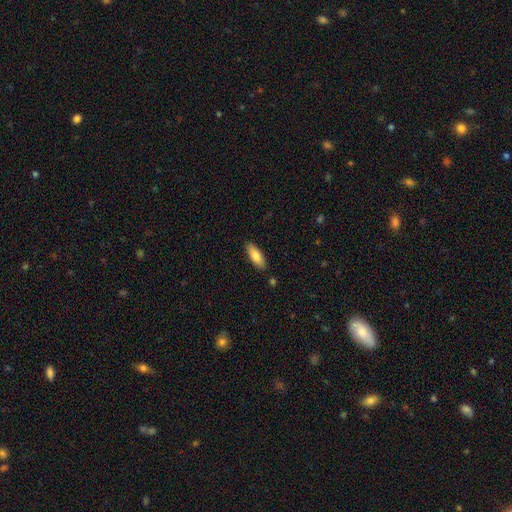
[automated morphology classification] The model was most divided on "how rounded": in between: 69%, cigar-shaped: 29%, round: 2%. More confident: merging — none (86%); smooth or featured — smooth (82%).